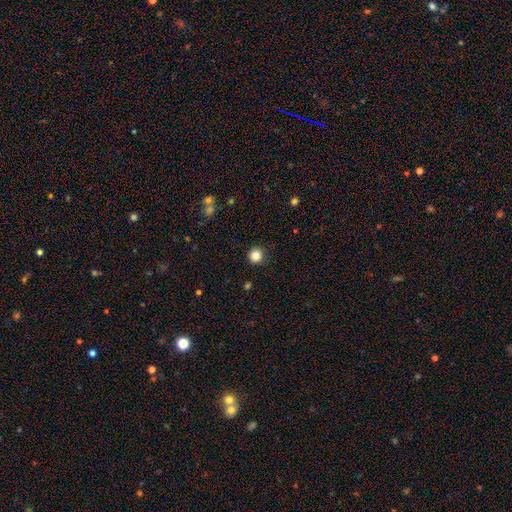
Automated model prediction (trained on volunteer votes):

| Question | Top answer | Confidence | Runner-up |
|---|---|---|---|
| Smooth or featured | smooth | 85% | star or artifact (11%) |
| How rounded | round | 94% | in between (5%) |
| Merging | none | 91% | minor disturbance (6%) |